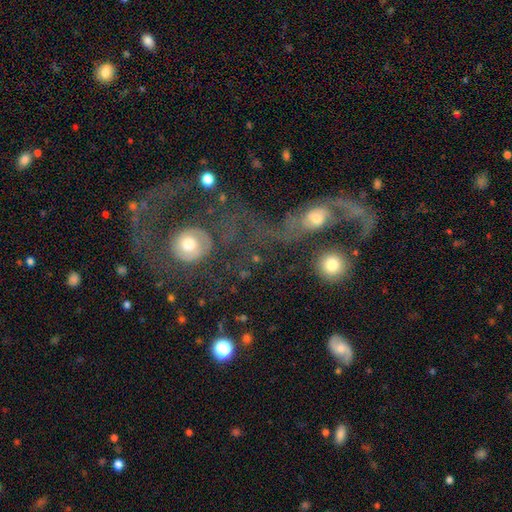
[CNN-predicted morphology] This appears to be a featured or disk galaxy (56%) with no bar (73%), spiral arms (61%) and a moderate central bulge (52%). Merging: none (30%).